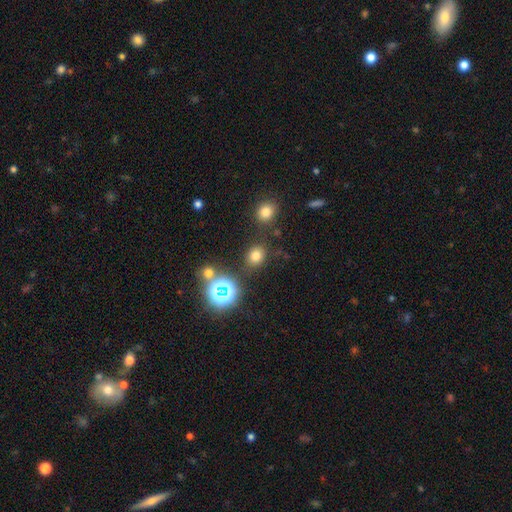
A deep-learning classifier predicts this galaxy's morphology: Q: Smooth or featured?
A: smooth (71%); runner-up: star or artifact (22%)
Q: How rounded?
A: round (65%); runner-up: in between (33%)
Q: Merging?
A: none (81%); runner-up: minor disturbance (10%)